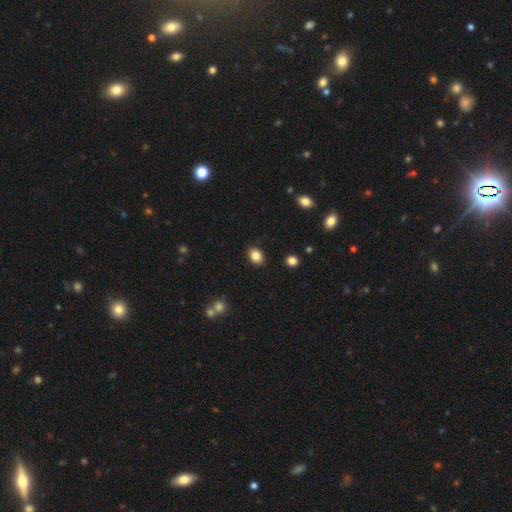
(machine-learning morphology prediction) Q: Smooth or featured?
A: smooth (86%); runner-up: star or artifact (9%)
Q: How rounded?
A: in between (62%); runner-up: round (37%)
Q: Merging?
A: none (88%); runner-up: minor disturbance (8%)